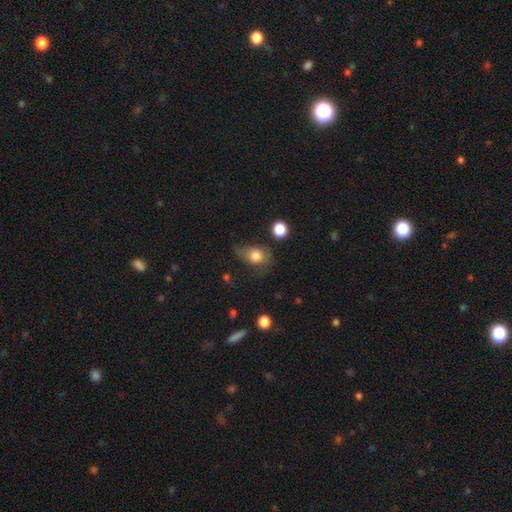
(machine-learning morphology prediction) This appears to be a smooth galaxy with no disk features (73%) that is in between round and cigar-shaped (59%). Merging: minor disturbance (35%, tied with none).